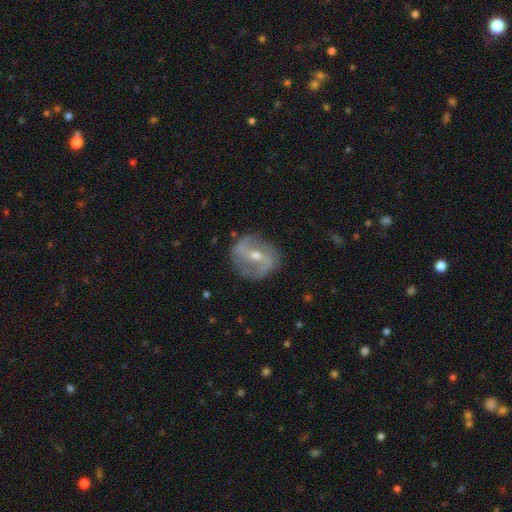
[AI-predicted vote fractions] Morphology: type=featured or disk (84%); edge-on=no (96%); bar=weak (42%); spiral arms=yes (92%); winding=medium (43%); arm count=2 (88%); bulge=moderate (51%); merging=none (81%).